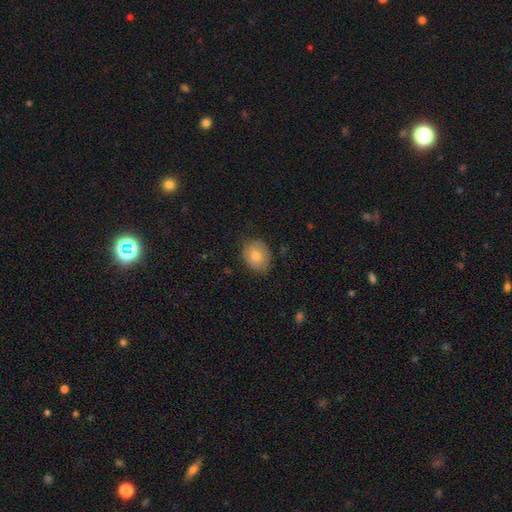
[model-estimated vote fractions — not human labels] Smooth or featured? smooth (70%)
How rounded? in between (51%)
Merging? none (76%)